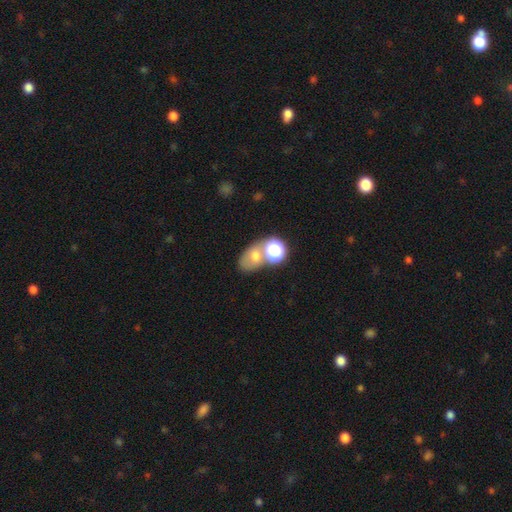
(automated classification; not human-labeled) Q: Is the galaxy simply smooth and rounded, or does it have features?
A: smooth — 58%.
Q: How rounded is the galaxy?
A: in between — 66%.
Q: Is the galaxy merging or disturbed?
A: none — 42%.